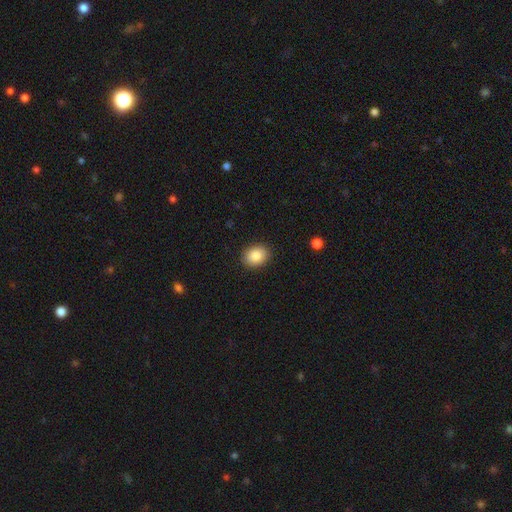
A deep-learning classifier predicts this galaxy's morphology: This is clearly a smooth galaxy (87%). How rounded: possibly in between (59%). Merging: clearly none (90%).